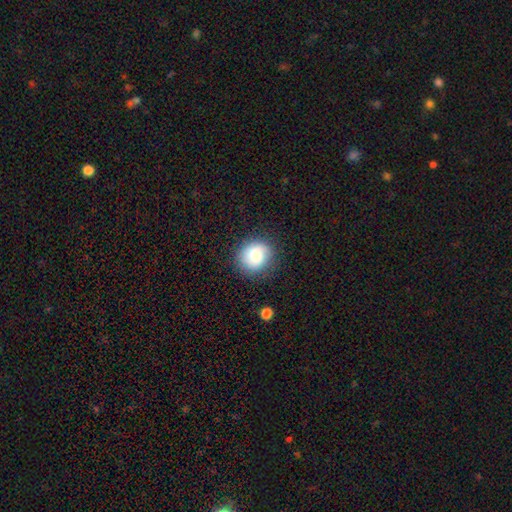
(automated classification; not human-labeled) Smooth or featured?
  - smooth: 78% *
  - featured or disk: 14%
  - star or artifact: 8%
How rounded?
  - round: 83% *
  - in between: 16%
  - cigar-shaped: 1%
Merging?
  - none: 83% *
  - minor disturbance: 12%
  - major disturbance: 4%
  - merger: 1%